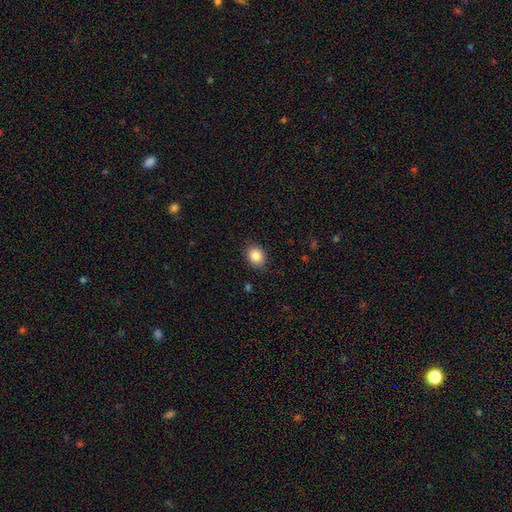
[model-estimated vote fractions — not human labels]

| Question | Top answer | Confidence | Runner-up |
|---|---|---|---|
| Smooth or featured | smooth | 86% | star or artifact (9%) |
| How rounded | in between | 52% | round (47%) |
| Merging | none | 85% | minor disturbance (11%) |